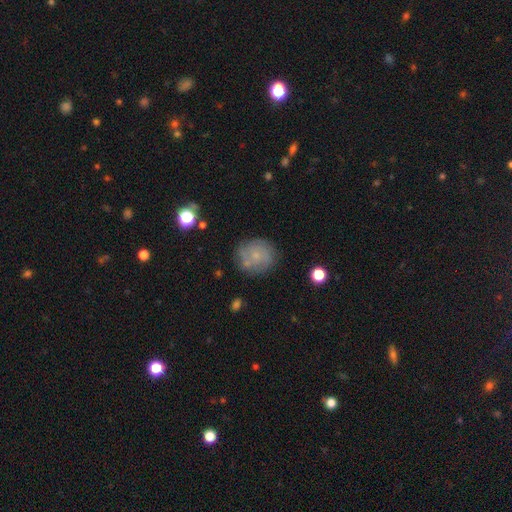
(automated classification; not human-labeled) A featured or disk galaxy (47%).

Vote fractions:
- Smooth or featured? featured or disk: 47% / smooth: 43% / star or artifact: 10%
- Merging? none: 71% / minor disturbance: 18% / major disturbance: 7% / merger: 5%